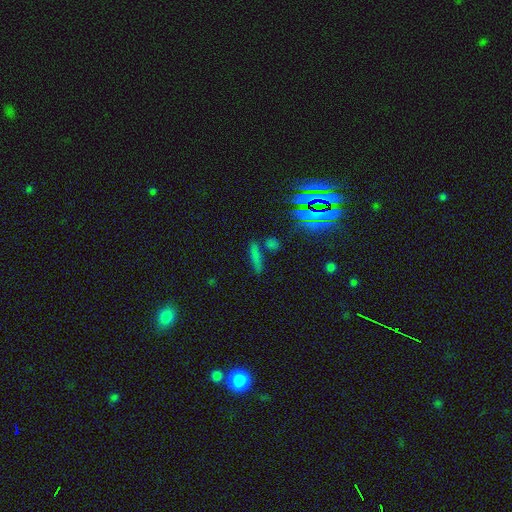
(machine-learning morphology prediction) This is likely a smooth galaxy (63%). How rounded: likely cigar-shaped (78%). Merging: likely none (73%).